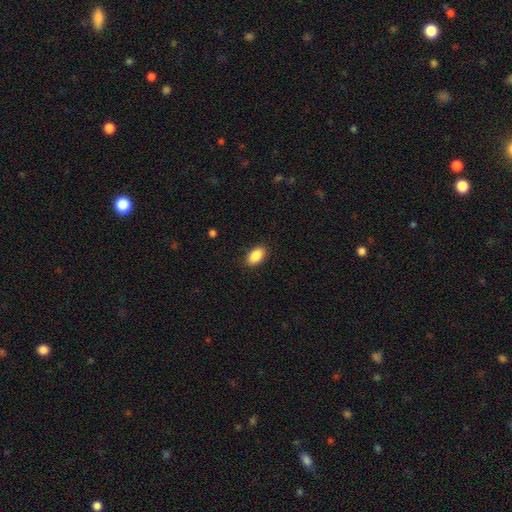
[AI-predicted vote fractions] Morphology: type=smooth (88%); roundness=in between (90%); merging=none (88%).